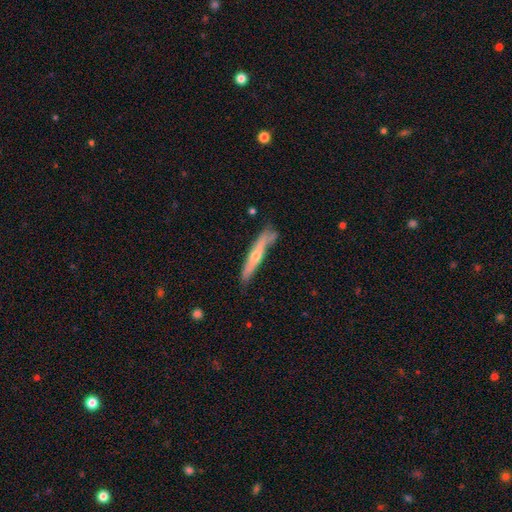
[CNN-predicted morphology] A featured or disk galaxy (52%) viewed edge-on (89%). Merging: none (69%).